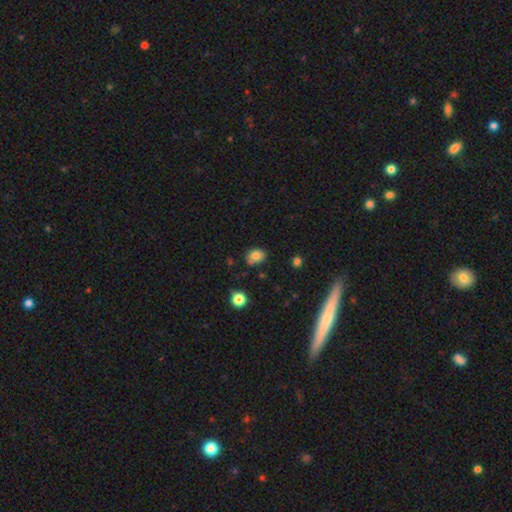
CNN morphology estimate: smooth_or_featured: smooth (p=0.78) [alt: star or artifact p=0.12]
how_rounded: in between (p=0.54) [alt: round p=0.45]
merging: none (p=0.69) [alt: minor disturbance p=0.21]